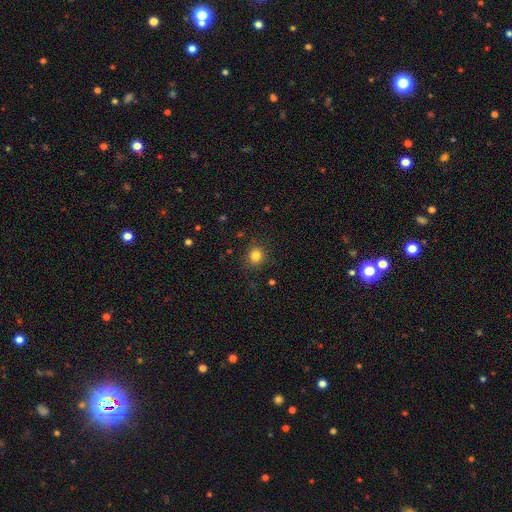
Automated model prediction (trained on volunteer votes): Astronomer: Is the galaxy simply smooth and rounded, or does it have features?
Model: smooth — 83%.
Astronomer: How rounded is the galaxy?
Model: round — 85%.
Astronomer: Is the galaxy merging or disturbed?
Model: none — 88%.